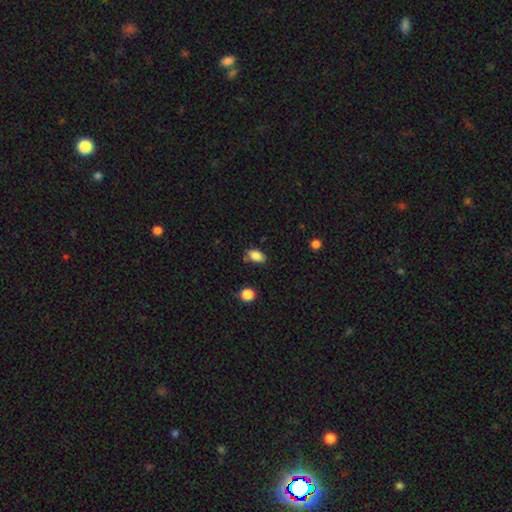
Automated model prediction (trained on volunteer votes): Smooth or featured? smooth (85%)
How rounded? in between (89%)
Merging? none (73%)